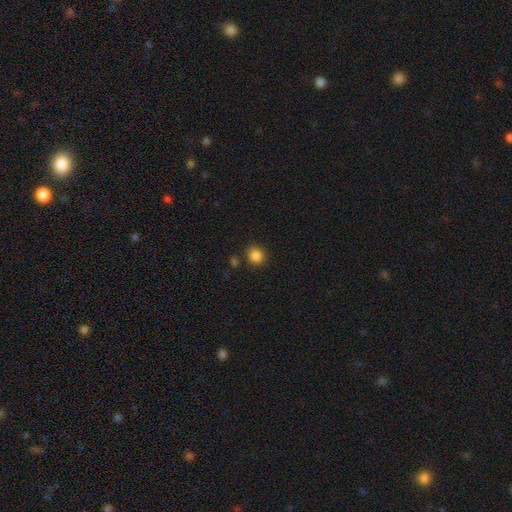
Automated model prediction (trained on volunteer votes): Smooth or featured?
  - smooth: 86% *
  - star or artifact: 10%
  - featured or disk: 4%
How rounded?
  - round: 77% *
  - in between: 22%
  - cigar-shaped: 1%
Merging?
  - none: 84% *
  - minor disturbance: 9%
  - merger: 4%
  - major disturbance: 3%